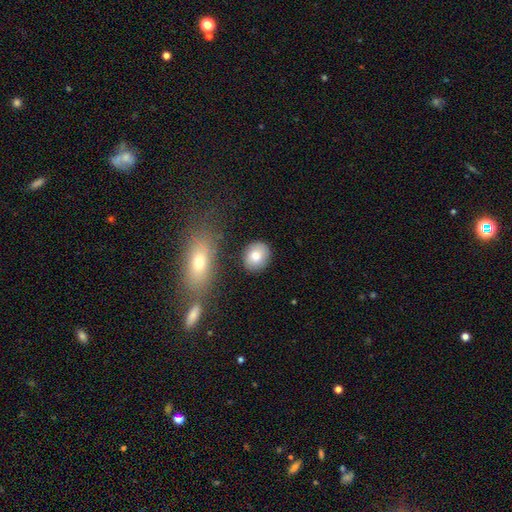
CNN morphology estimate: smooth-or-featured: smooth: 81% | featured or disk: 12% | star or artifact: 8%
  how-rounded: round: 61% | in between: 38% | cigar-shaped: 2%
  merging: none: 81% | minor disturbance: 11% | merger: 5% | major disturbance: 3%